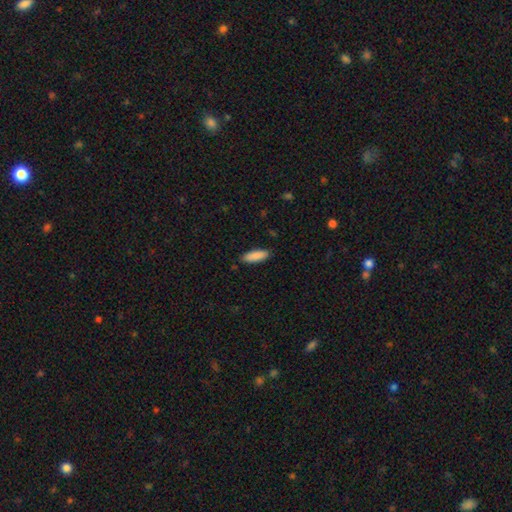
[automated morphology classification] Q: Smooth or featured?
A: smooth (89%); runner-up: star or artifact (6%)
Q: How rounded?
A: in between (56%); runner-up: cigar-shaped (43%)
Q: Merging?
A: none (87%); runner-up: minor disturbance (10%)